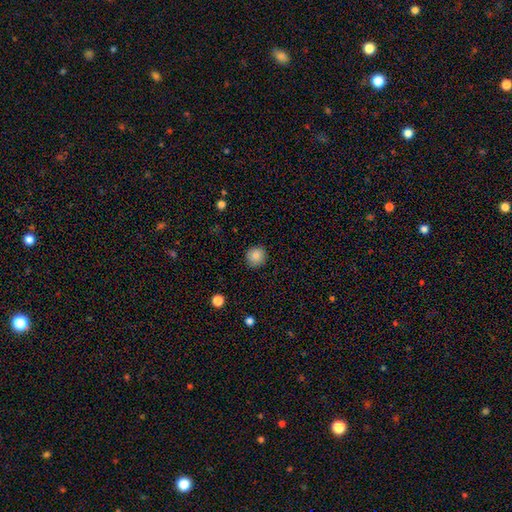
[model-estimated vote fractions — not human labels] The model was most divided on "merging": none: 87%, minor disturbance: 10%, major disturbance: 2%, merger: 1%. More confident: how rounded — round (91%); smooth or featured — smooth (87%).